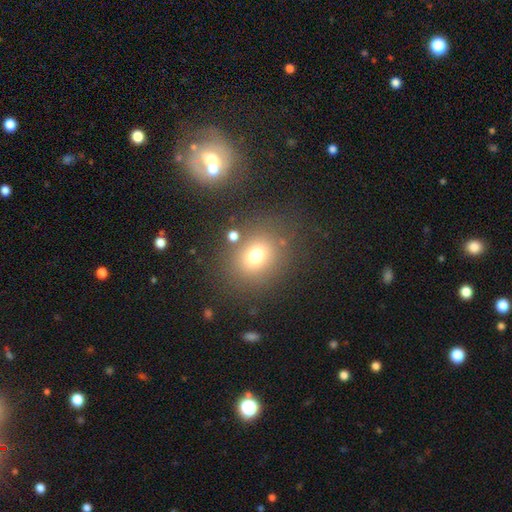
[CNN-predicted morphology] Overall: smooth (70%). How rounded: round (69%; in between 30%). Merging: none (75%).